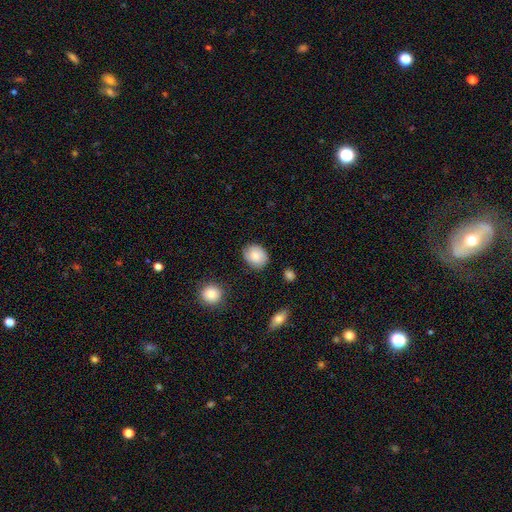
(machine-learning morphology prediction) smooth-or-featured: smooth: 78% | featured or disk: 14% | star or artifact: 7%
  how-rounded: round: 62% | in between: 37% | cigar-shaped: 1%
  merging: none: 80% | minor disturbance: 15% | major disturbance: 3% | merger: 2%